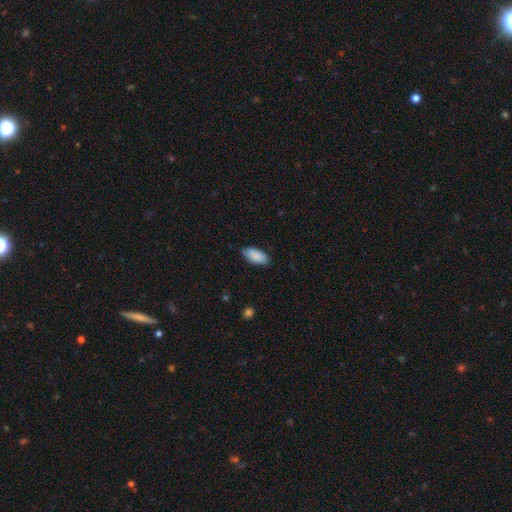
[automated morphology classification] The model was most divided on "merging": none: 80%, minor disturbance: 17%, major disturbance: 2%, merger: 1%. More confident: how rounded — in between (92%); smooth or featured — smooth (87%).